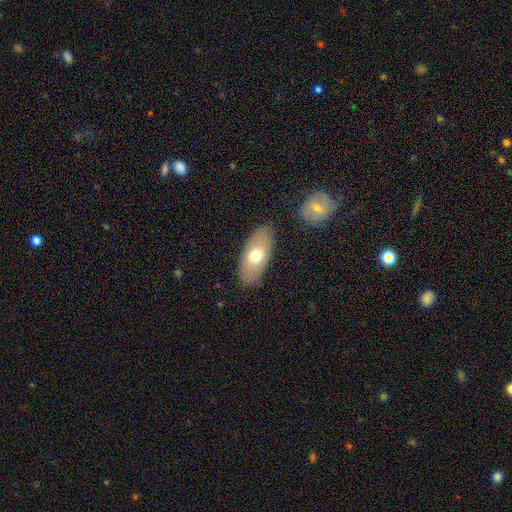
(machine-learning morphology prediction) Q: Smooth or featured?
A: smooth (65%); runner-up: featured or disk (28%)
Q: How rounded?
A: in between (90%); runner-up: cigar-shaped (7%)
Q: Merging?
A: none (87%); runner-up: minor disturbance (9%)